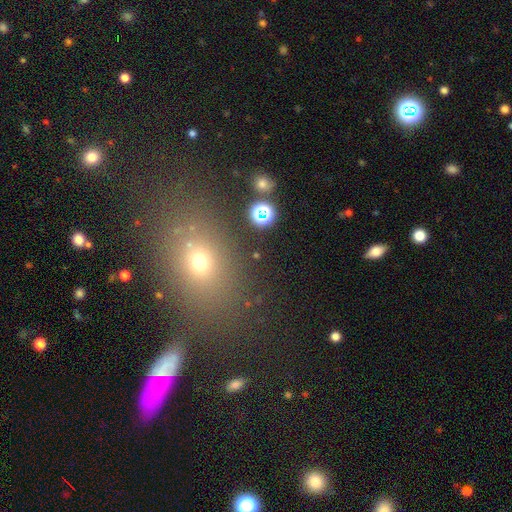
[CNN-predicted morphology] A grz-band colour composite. It shows a smooth galaxy with no disk features (57%) that is in between round and cigar-shaped (51%). Merging: none (76%).